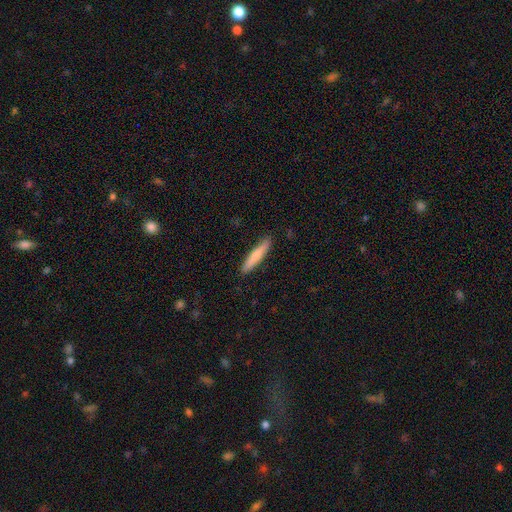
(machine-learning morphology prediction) A smooth galaxy with no disk features (72%) that is cigar-shaped (92%).

Vote fractions:
- Smooth or featured? smooth: 72% / featured or disk: 23% / star or artifact: 5%
- How rounded? cigar-shaped: 92% / in between: 7% / round: 1%
- Merging? none: 90% / minor disturbance: 7% / major disturbance: 1% / merger: 1%